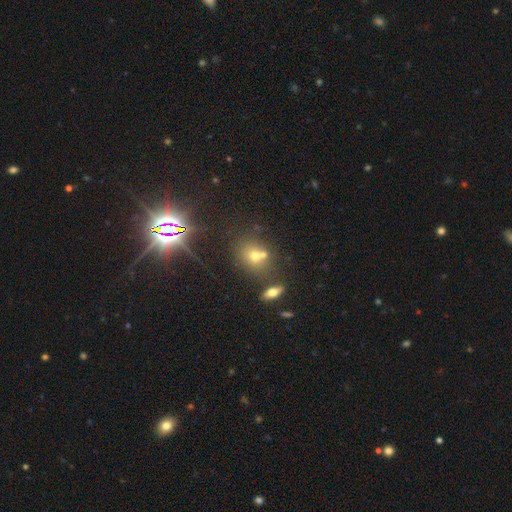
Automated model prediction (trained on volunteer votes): Smooth or featured?
  - smooth: 60% *
  - star or artifact: 20%
  - featured or disk: 20%
How rounded?
  - round: 64% *
  - in between: 34%
  - cigar-shaped: 2%
Merging?
  - none: 47% *
  - merger: 36%
  - minor disturbance: 11%
  - major disturbance: 5%